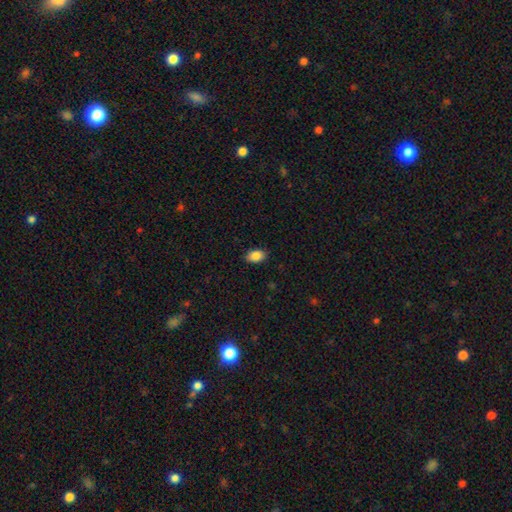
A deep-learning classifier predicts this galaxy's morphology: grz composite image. It shows a smooth galaxy with no disk features (87%) that is in between round and cigar-shaped (89%). Merging: none (88%).